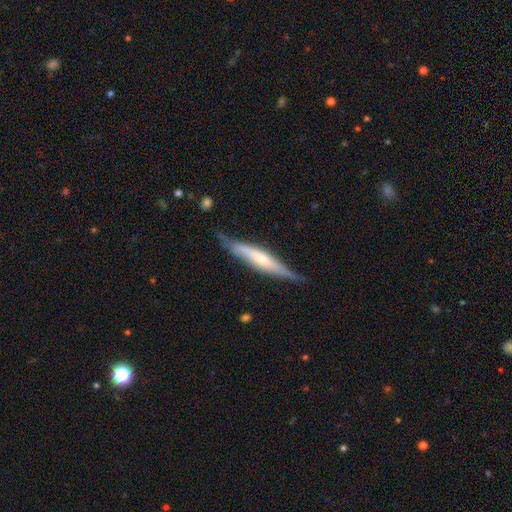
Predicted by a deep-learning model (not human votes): A featured or disk galaxy (66%) viewed edge-on (89%) with a rounded central bulge (64%).

Vote fractions:
- Smooth or featured? featured or disk: 66% / smooth: 28% / star or artifact: 6%
- Edge-on disk? yes: 89% / no: 11%
- Edge-on bulge? rounded: 64% / none: 19% / boxy: 16%
- Merging? none: 72% / minor disturbance: 22% / major disturbance: 4% / merger: 2%